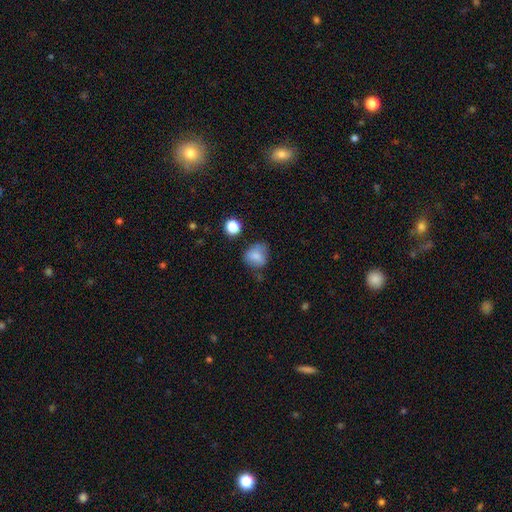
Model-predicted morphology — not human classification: Overall: smooth (74%). How rounded: round (62%; in between 37%). Merging: none (57%; minor disturbance 29%).